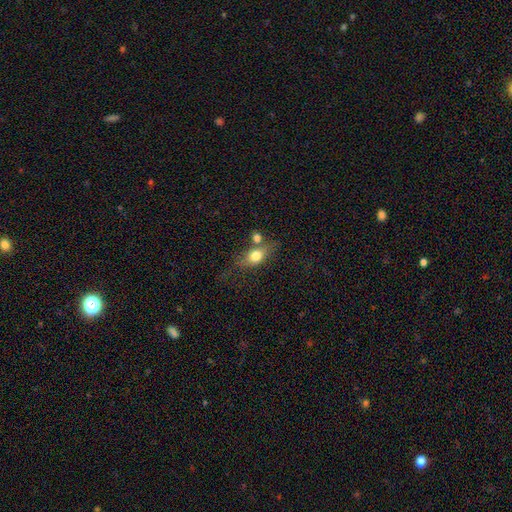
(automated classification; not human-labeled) A smooth galaxy with no disk features (72%) that is in between round and cigar-shaped (64%).

Vote fractions:
- Smooth or featured? smooth: 72% / featured or disk: 19% / star or artifact: 9%
- How rounded? in between: 64% / round: 27% / cigar-shaped: 9%
- Merging? none: 45% / merger: 27% / minor disturbance: 18% / major disturbance: 10%